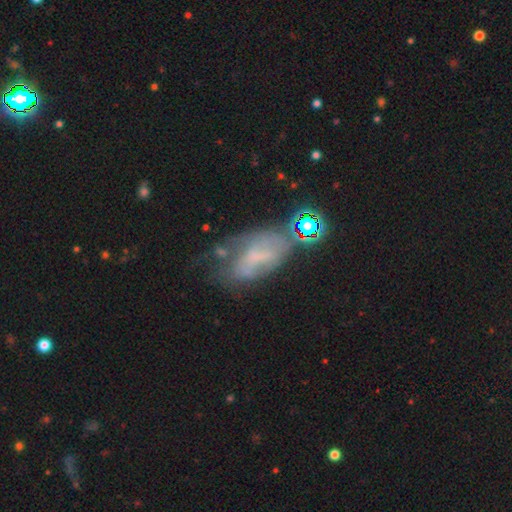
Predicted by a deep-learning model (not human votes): smooth-or-featured: featured or disk: 47% | smooth: 34% | star or artifact: 19%
  merging: none: 39% | minor disturbance: 26% | major disturbance: 24% | merger: 11%